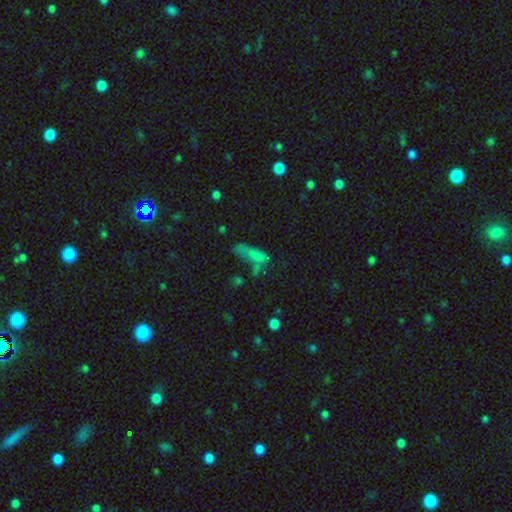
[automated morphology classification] Smooth or featured: smooth — 63% (featured or disk — 18%)
How rounded: in between — 57% (cigar-shaped — 38%)
Merging: none — 31% (major disturbance — 27%)